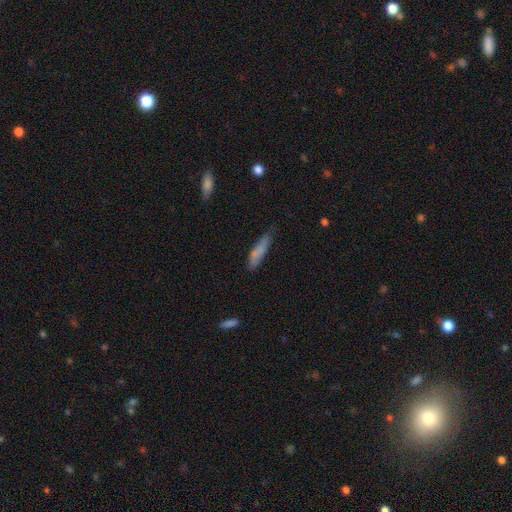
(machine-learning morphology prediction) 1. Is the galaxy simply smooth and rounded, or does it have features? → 71% smooth, 20% featured or disk, 9% star or artifact.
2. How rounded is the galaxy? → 80% cigar-shaped, 18% in between, 2% round.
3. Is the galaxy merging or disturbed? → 70% none, 23% minor disturbance, 5% major disturbance, 2% merger.